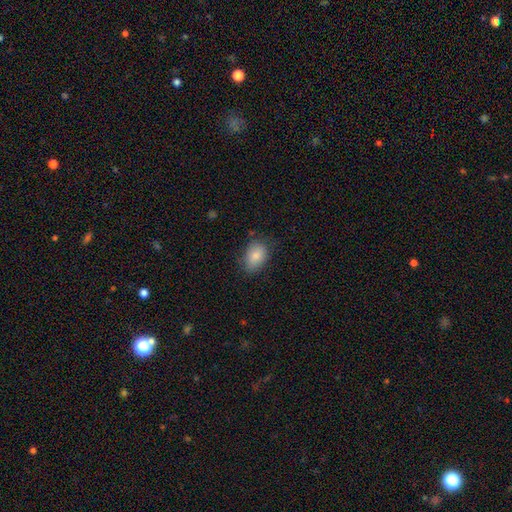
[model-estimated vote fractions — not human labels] A smooth galaxy with no disk features (83%) that is in between round and cigar-shaped (77%).

Vote fractions:
- Smooth or featured? smooth: 83% / featured or disk: 9% / star or artifact: 8%
- How rounded? in between: 77% / round: 22% / cigar-shaped: 1%
- Merging? none: 74% / minor disturbance: 20% / major disturbance: 5% / merger: 1%